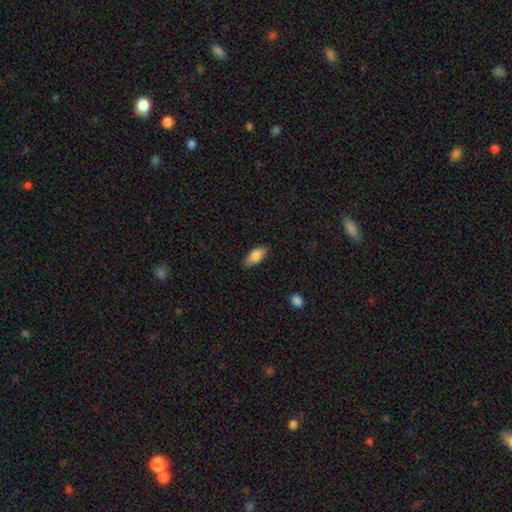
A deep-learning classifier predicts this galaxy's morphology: smooth_or_featured: smooth (p=0.80) [alt: featured or disk p=0.14]
how_rounded: in between (p=0.85) [alt: cigar-shaped p=0.12]
merging: none (p=0.84) [alt: minor disturbance p=0.12]